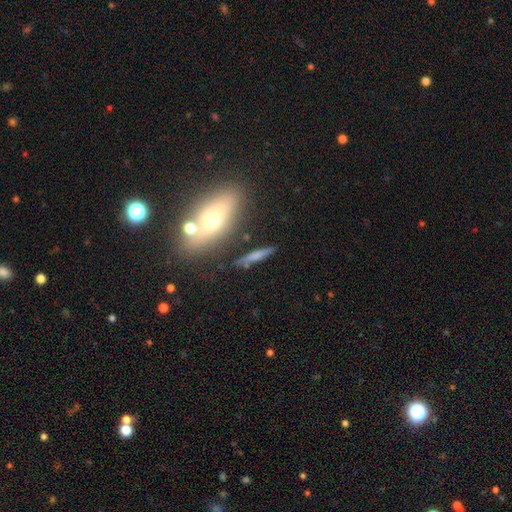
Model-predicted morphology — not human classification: This appears to be a smooth galaxy with no disk features (57%) that is cigar-shaped (84%). Merging: none (79%).